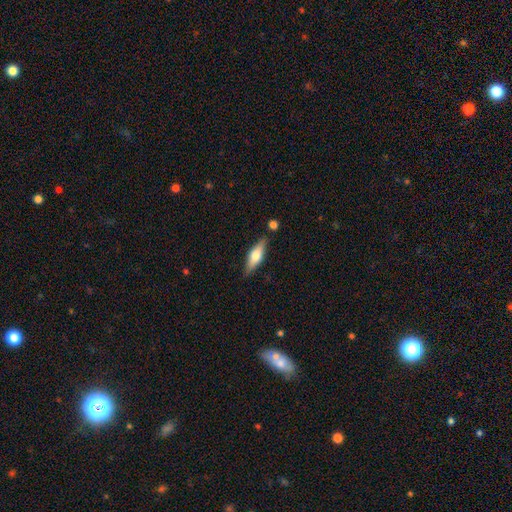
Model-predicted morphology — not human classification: smooth_or_featured: smooth (p=0.49) [alt: featured or disk p=0.45]
merging: none (p=0.81) [alt: minor disturbance p=0.12]